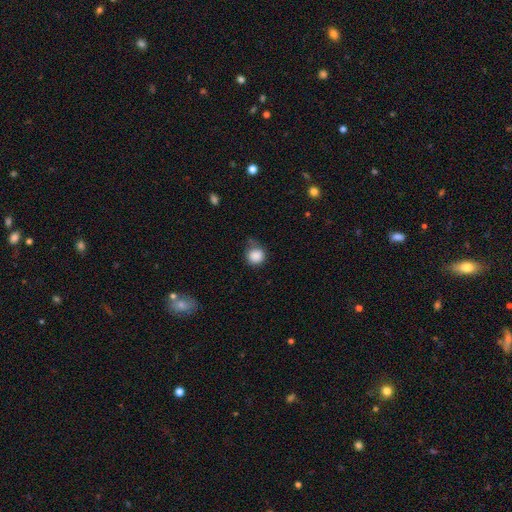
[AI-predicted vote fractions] Smooth or featured: smooth — 87% (star or artifact — 9%)
How rounded: round — 91% (in between — 8%)
Merging: none — 64% (minor disturbance — 25%)